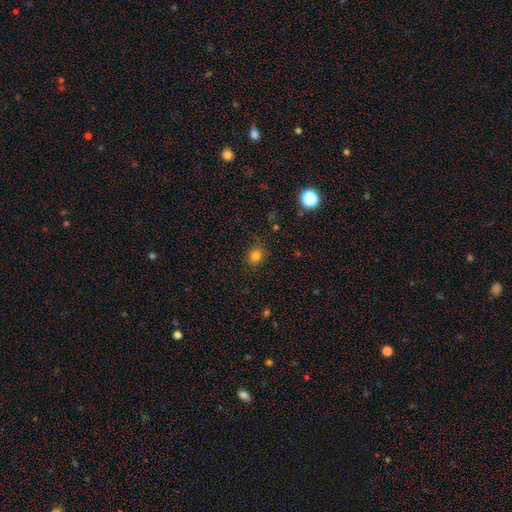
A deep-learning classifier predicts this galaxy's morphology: Q: Smooth or featured?
A: smooth (80%); runner-up: star or artifact (15%)
Q: How rounded?
A: round (80%); runner-up: in between (19%)
Q: Merging?
A: none (85%); runner-up: minor disturbance (11%)